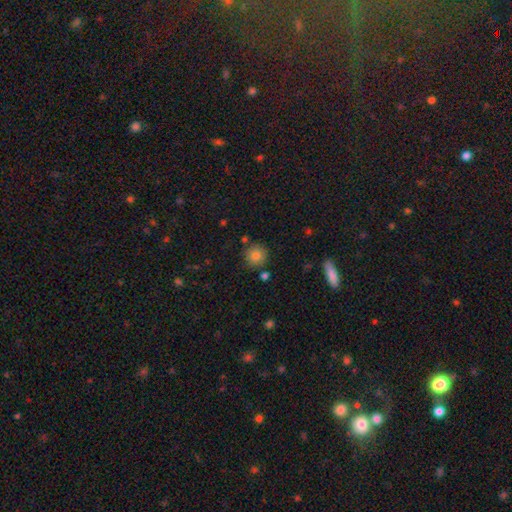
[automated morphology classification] This appears to be a smooth galaxy with no disk features (84%) that is round (92%). Merging: none (81%).